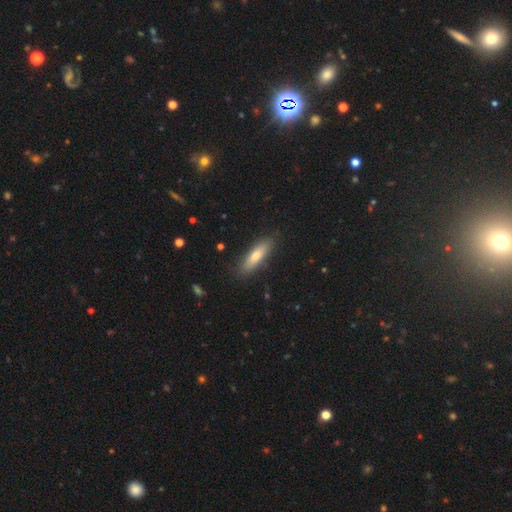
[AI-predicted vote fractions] Smooth or featured? Predicted: smooth (p=0.70). How rounded? Predicted: cigar-shaped (p=0.65). Merging? Predicted: none (p=0.86).